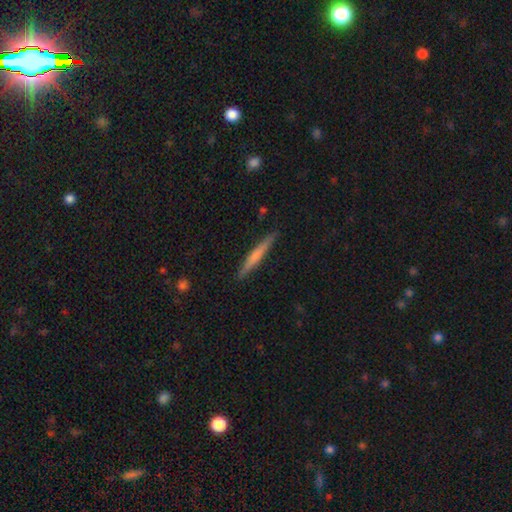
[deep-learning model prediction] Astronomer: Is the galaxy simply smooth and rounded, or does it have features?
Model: smooth — 56% (runner-up: featured or disk, 38%).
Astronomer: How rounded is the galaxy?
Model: cigar-shaped — 96%.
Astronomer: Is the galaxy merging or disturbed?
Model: none — 90%.